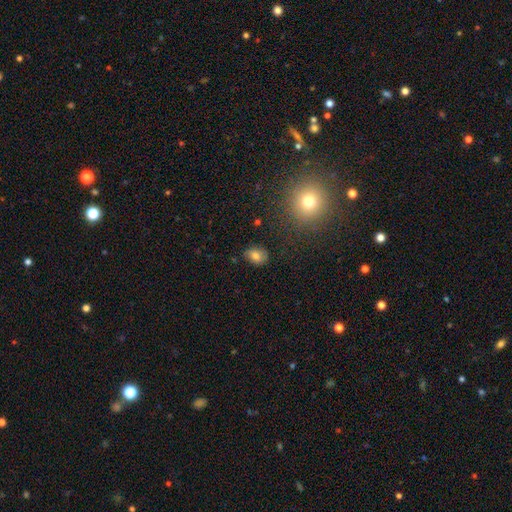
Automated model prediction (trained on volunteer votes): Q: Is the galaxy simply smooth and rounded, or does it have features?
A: smooth — 78%.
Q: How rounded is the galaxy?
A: in between — 62%.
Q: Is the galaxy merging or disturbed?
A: none — 80%.